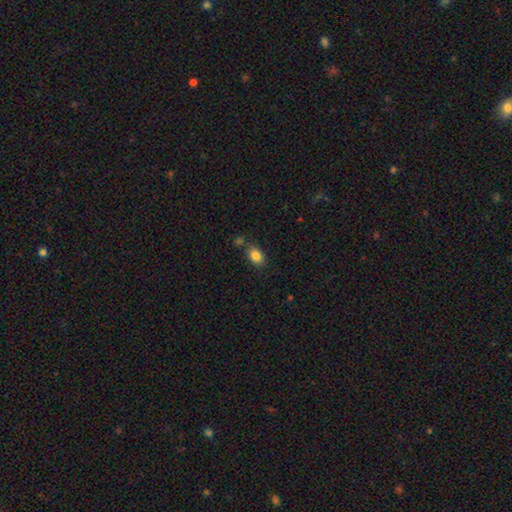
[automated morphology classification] Smooth or featured: smooth — 84% (star or artifact — 9%)
How rounded: in between — 79% (round — 20%)
Merging: none — 73% (minor disturbance — 13%)